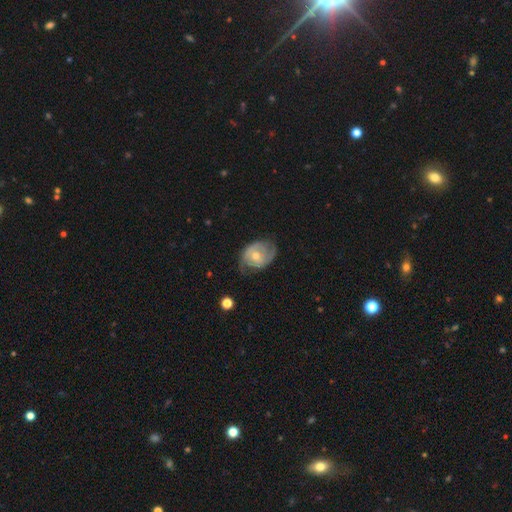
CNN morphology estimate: Overall: featured or disk (70%). Edge-on disk: no (96%). Bar: no (66%; weak 28%). Spiral arms: yes (83%). Spiral arm count: 2 (62%). Spiral winding: tight (44%; medium 38%). Bulge size: moderate (54%; small 42%). Merging: none (59%; minor disturbance 27%).